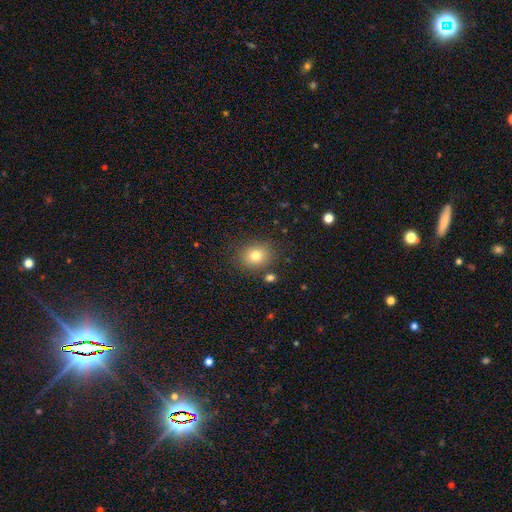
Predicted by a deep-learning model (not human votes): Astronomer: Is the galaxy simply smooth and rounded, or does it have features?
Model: smooth — 77%.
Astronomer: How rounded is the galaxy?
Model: round — 66%.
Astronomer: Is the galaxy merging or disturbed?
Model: none — 83%.